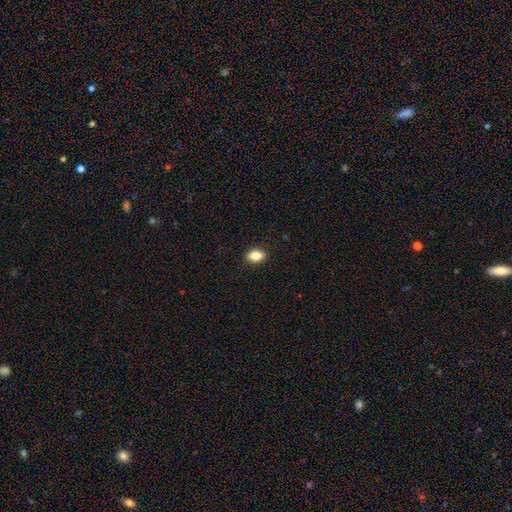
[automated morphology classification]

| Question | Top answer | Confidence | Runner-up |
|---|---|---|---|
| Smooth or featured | smooth | 84% | star or artifact (9%) |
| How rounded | in between | 81% | round (17%) |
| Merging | none | 89% | minor disturbance (8%) |